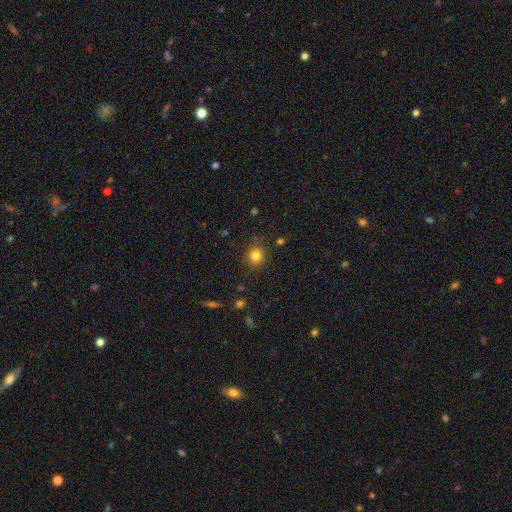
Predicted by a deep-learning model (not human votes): A smooth galaxy with no disk features (81%) that is round (81%).

Vote fractions:
- Smooth or featured? smooth: 81% / star or artifact: 13% / featured or disk: 6%
- How rounded? round: 81% / in between: 18% / cigar-shaped: 1%
- Merging? none: 87% / minor disturbance: 9% / major disturbance: 3% / merger: 2%